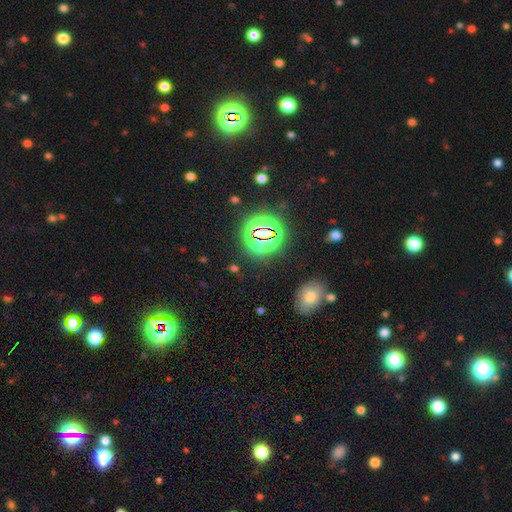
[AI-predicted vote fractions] Smooth or featured: star or artifact — 70% (smooth — 21%)